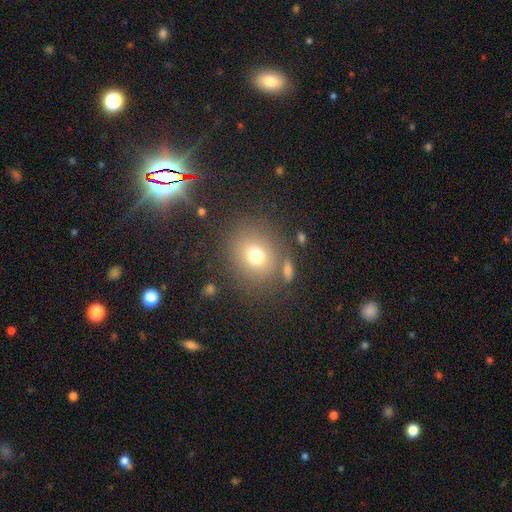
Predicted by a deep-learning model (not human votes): Overall: smooth (72%). How rounded: round (74%). Merging: none (76%).